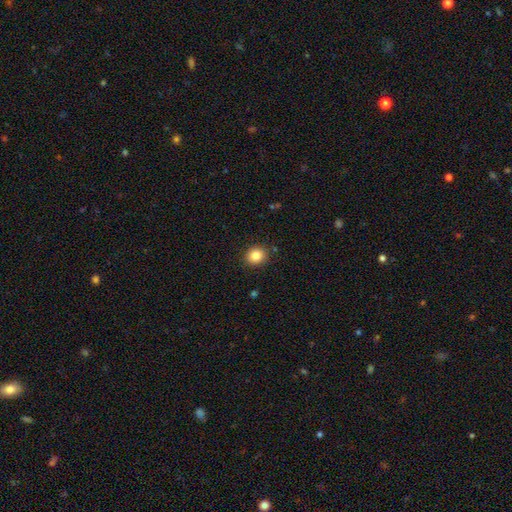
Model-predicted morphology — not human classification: This is clearly a smooth galaxy (84%). How rounded: likely round (77%). Merging: clearly none (89%).